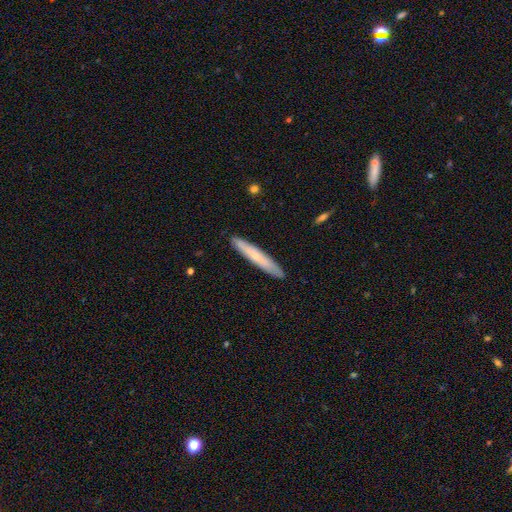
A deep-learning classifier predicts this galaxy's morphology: Smooth or featured? Predicted: smooth (p=0.60). How rounded? Predicted: cigar-shaped (p=0.95). Merging? Predicted: none (p=0.90).